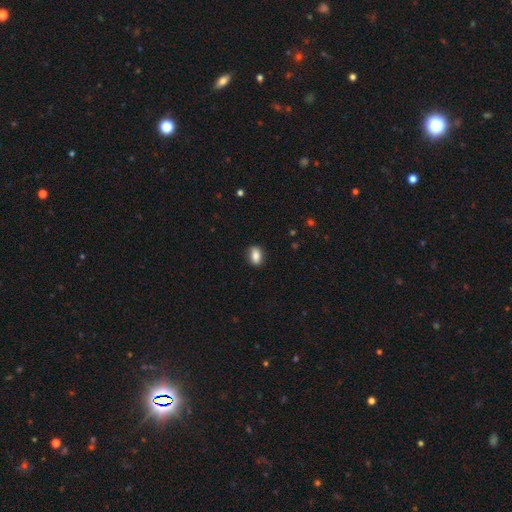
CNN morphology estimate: Smooth or featured? smooth (81%)
How rounded? in between (80%)
Merging? none (87%)